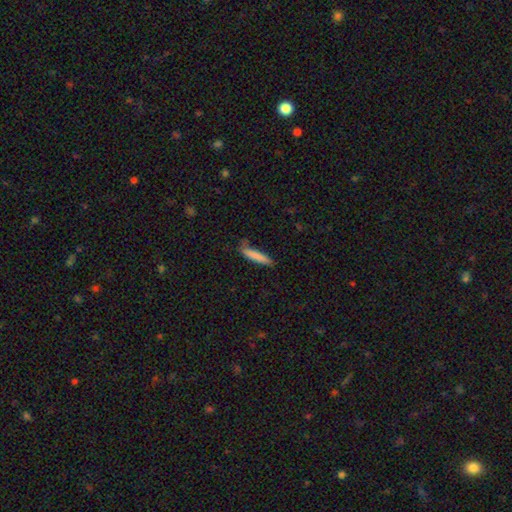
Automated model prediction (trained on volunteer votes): This appears to be a smooth galaxy with no disk features (83%) that is cigar-shaped (88%). Merging: none (71%).